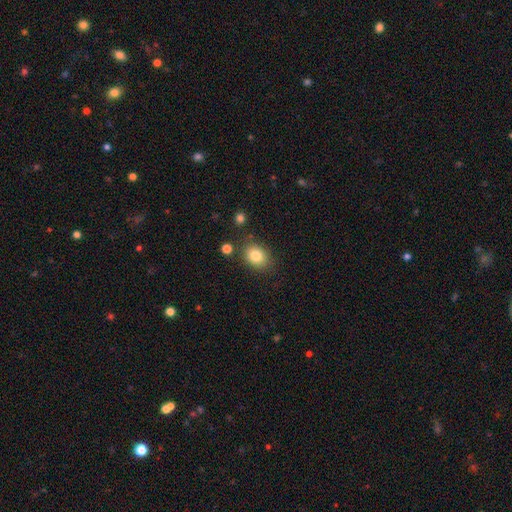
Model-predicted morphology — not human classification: This is clearly a smooth galaxy (83%). How rounded: likely in between (61%). Merging: likely none (80%).